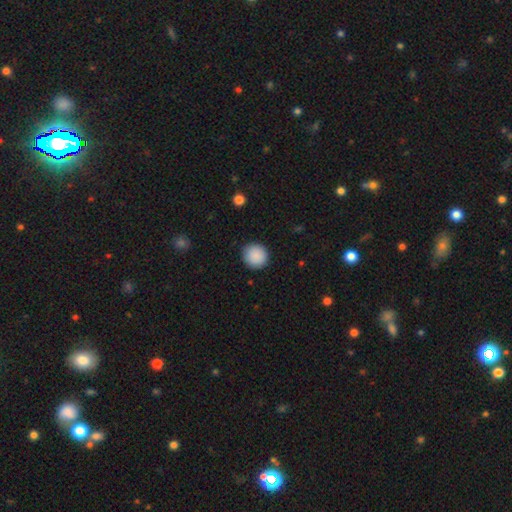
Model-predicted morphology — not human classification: The model was most divided on "smooth or featured": smooth: 90%, star or artifact: 7%, featured or disk: 3%. More confident: how rounded — round (93%); merging — none (91%).